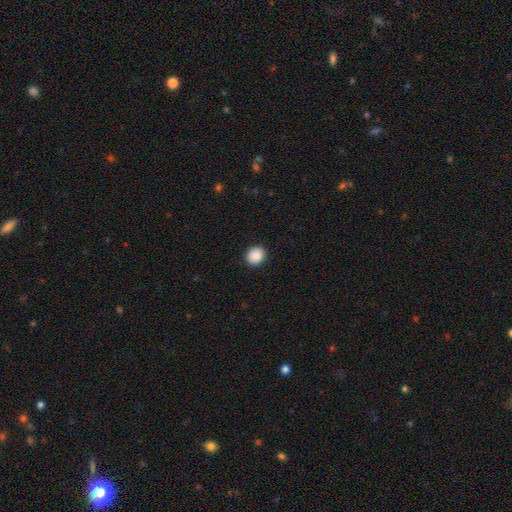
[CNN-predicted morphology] smooth-or-featured: smooth: 89% | star or artifact: 8% | featured or disk: 3%
  how-rounded: round: 76% | in between: 23% | cigar-shaped: 1%
  merging: none: 91% | minor disturbance: 6% | major disturbance: 2% | merger: 1%